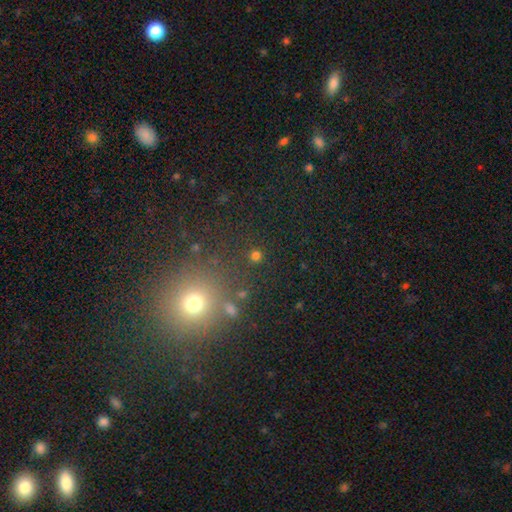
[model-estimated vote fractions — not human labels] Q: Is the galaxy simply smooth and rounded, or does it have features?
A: smooth — 74%.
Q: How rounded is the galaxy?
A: round — 93%.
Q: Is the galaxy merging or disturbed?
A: none — 87%.